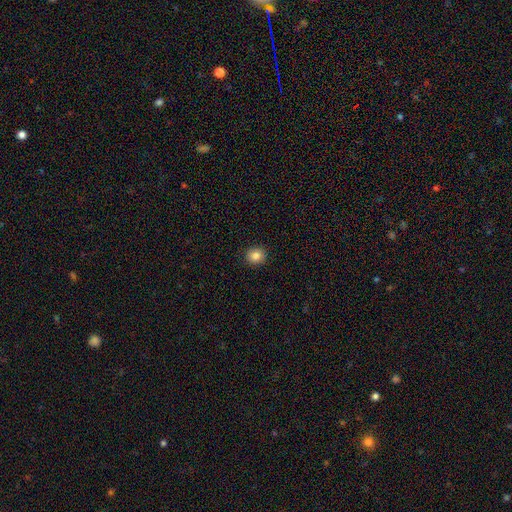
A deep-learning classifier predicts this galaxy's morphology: smooth 84%, star or artifact 10%, featured or disk 6%. Down the decision tree: how rounded — round (83%); merging — none (92%).